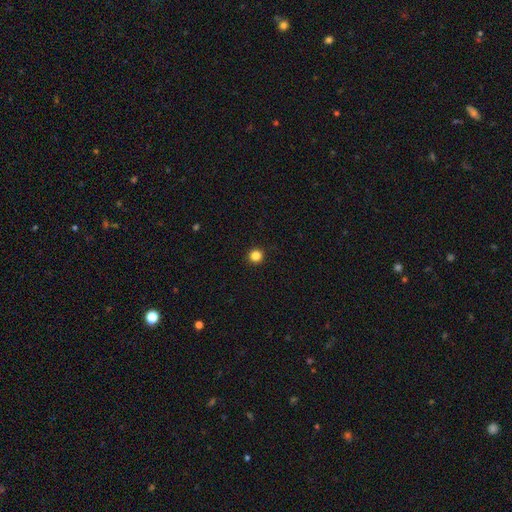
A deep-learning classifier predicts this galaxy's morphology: type=smooth (85%); roundness=round (96%); merging=none (93%).